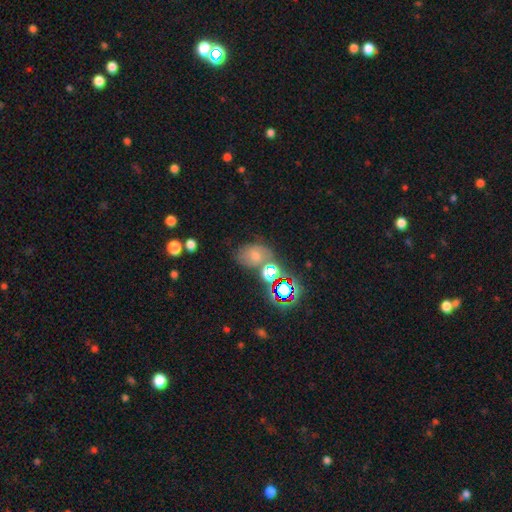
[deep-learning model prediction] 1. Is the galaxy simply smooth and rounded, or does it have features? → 53% smooth, 26% star or artifact, 21% featured or disk.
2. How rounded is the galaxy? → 65% in between, 34% round, 1% cigar-shaped.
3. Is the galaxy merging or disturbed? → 49% none, 22% merger, 19% minor disturbance, 10% major disturbance.